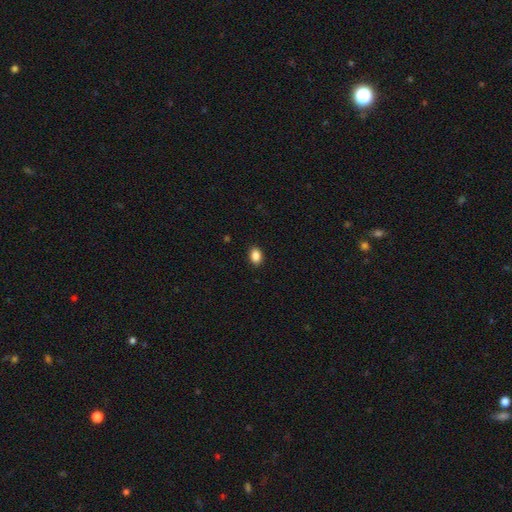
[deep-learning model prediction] A smooth galaxy with no disk features (88%) that is in between round and cigar-shaped (79%). Merging: none (90%).